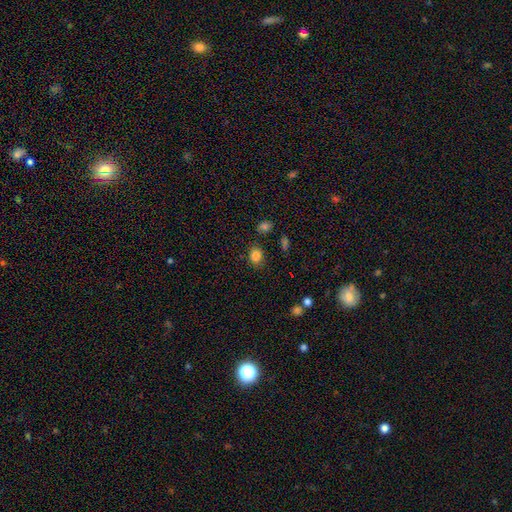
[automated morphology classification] smooth 83%, star or artifact 11%, featured or disk 5%. Down the decision tree: how rounded — in between (53%); merging — none (78%).